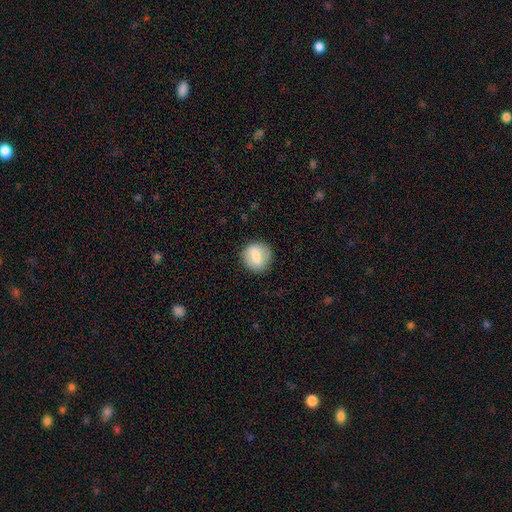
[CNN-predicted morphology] This is likely a smooth galaxy (73%). How rounded: clearly round (84%). Merging: clearly none (84%).